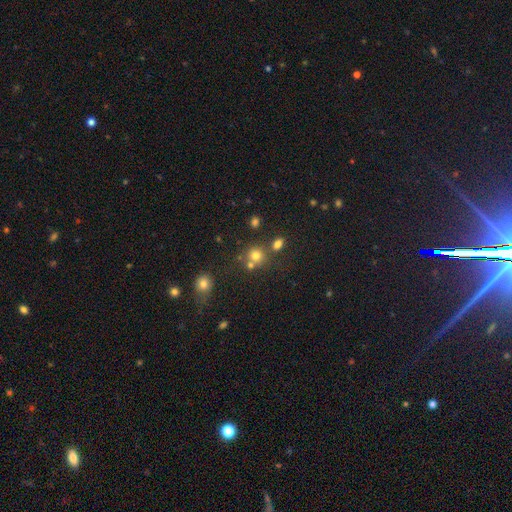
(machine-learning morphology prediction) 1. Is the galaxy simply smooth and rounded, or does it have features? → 73% smooth, 18% star or artifact, 9% featured or disk.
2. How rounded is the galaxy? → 86% round, 13% in between, 1% cigar-shaped.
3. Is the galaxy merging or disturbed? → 63% none, 23% merger, 10% minor disturbance, 4% major disturbance.